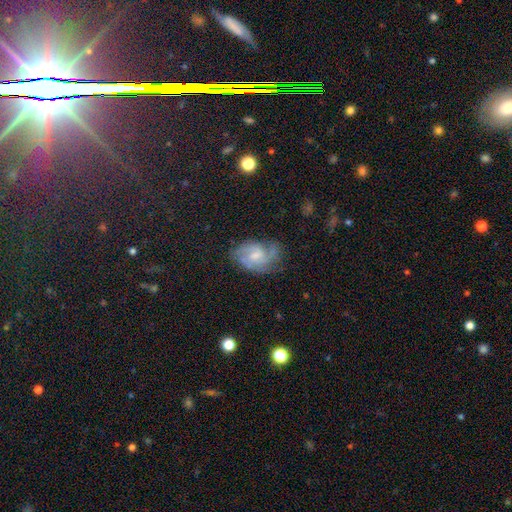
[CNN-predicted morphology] Smooth or featured?
  - featured or disk: 70% *
  - smooth: 22%
  - star or artifact: 8%
Edge-on disk?
  - no: 97% *
  - yes: 3%
Bar?
  - weak: 49% *
  - no: 44%
  - strong: 7%
Spiral arms?
  - yes: 90% *
  - no: 10%
Spiral winding?
  - medium: 45% *
  - tight: 39%
  - loose: 16%
Spiral arm count?
  - 2: 42% *
  - can't tell: 26%
  - 3: 19%
  - 1: 6%
  - 4: 4%
  - more than 4: 3%
Bulge size?
  - small: 47% *
  - moderate: 36%
  - none: 13%
  - large: 3%
  - dominant: 1%
Merging?
  - none: 55% *
  - minor disturbance: 28%
  - major disturbance: 15%
  - merger: 3%